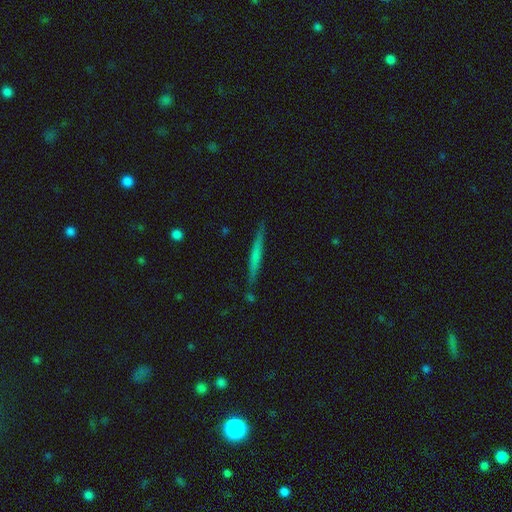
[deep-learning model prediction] Q: Smooth or featured?
A: featured or disk (47%); tied with: smooth (47%)
Q: Merging?
A: none (87%); runner-up: minor disturbance (9%)